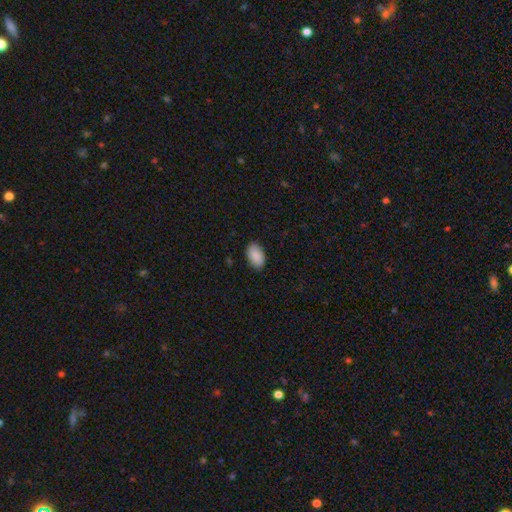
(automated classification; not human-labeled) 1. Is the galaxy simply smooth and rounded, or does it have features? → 90% smooth, 6% star or artifact, 4% featured or disk.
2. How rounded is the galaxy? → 94% in between, 5% round, 1% cigar-shaped.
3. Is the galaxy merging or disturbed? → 86% none, 11% minor disturbance, 2% major disturbance, 1% merger.